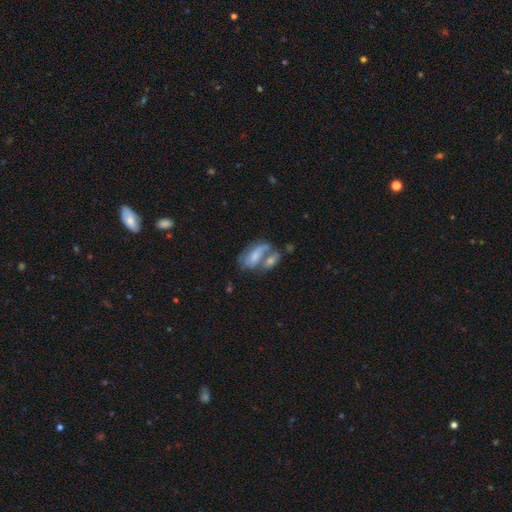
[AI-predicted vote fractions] Smooth or featured?
  - featured or disk: 46% * (tied)
  - smooth: 46% * (tied)
  - star or artifact: 8%
Merging?
  - merger: 51% *
  - none: 23%
  - major disturbance: 13%
  - minor disturbance: 13%